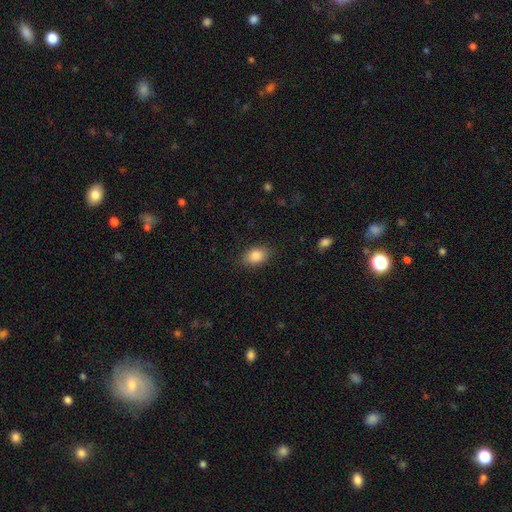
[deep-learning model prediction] Q: Smooth or featured?
A: smooth (85%); runner-up: star or artifact (8%)
Q: How rounded?
A: in between (81%); runner-up: round (18%)
Q: Merging?
A: none (85%); runner-up: minor disturbance (11%)